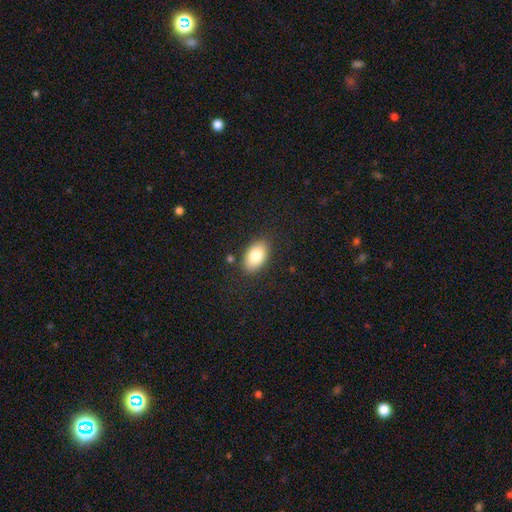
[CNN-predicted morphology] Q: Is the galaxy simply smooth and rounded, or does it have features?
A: smooth — 81%.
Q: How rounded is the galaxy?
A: in between — 91%.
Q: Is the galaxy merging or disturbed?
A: none — 85%.